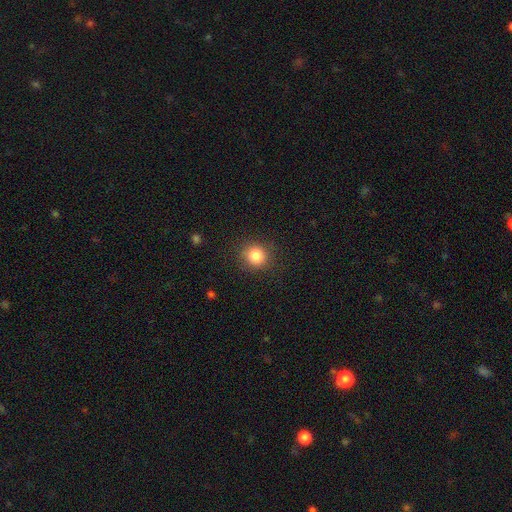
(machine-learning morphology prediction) This appears to be a smooth galaxy with no disk features (84%) that is round (88%). Merging: none (88%).